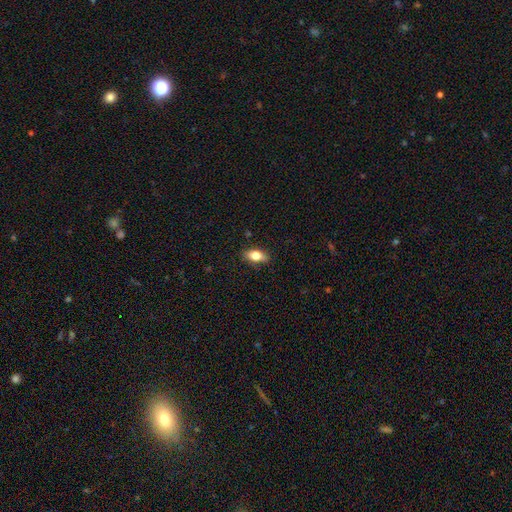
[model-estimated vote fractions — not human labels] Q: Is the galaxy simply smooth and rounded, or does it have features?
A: smooth — 77%.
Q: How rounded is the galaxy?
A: in between — 85%.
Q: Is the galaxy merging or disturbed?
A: none — 84%.